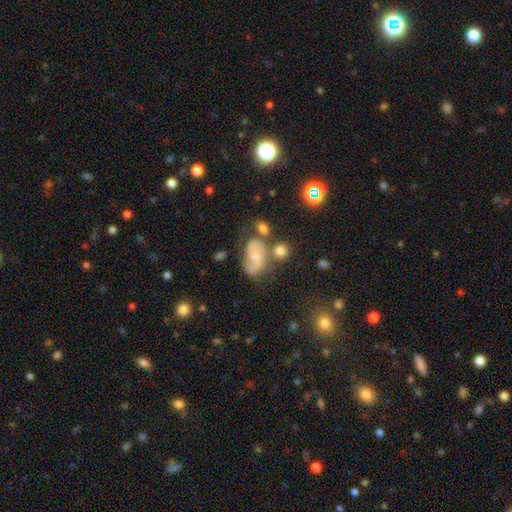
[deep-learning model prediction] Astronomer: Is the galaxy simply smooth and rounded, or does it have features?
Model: featured or disk — 59%.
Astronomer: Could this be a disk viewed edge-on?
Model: no — 96%.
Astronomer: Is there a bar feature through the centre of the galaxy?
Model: no — 62%.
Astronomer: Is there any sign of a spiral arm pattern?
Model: yes — 85%.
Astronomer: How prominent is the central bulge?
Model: small — 46% (runner-up: moderate, 45%).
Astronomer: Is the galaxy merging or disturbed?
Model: none — 52%.